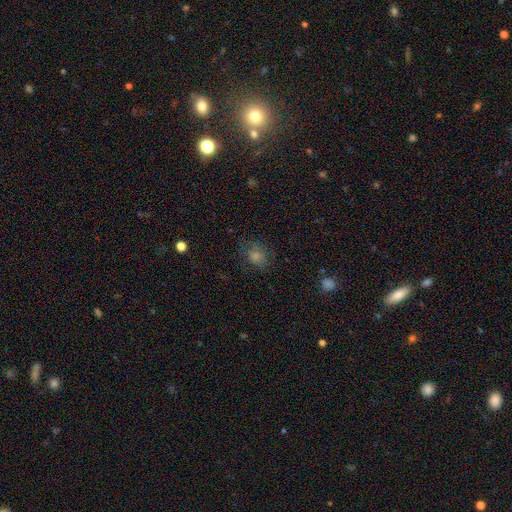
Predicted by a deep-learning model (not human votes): This appears to be a smooth galaxy with no disk features (48%). Merging: none (74%).